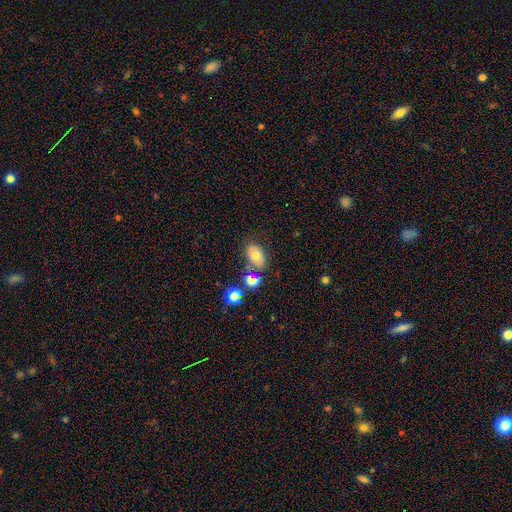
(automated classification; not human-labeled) This appears to be a smooth galaxy with no disk features (71%) that is in between round and cigar-shaped (86%). Merging: none (62%).